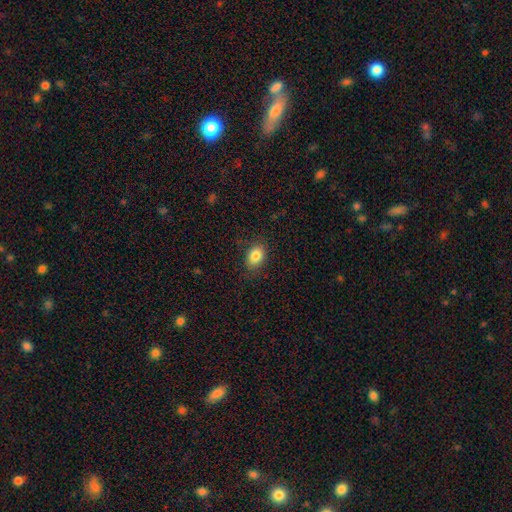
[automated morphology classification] A smooth galaxy with no disk features (83%) that is in between round and cigar-shaped (77%). Merging: none (84%).